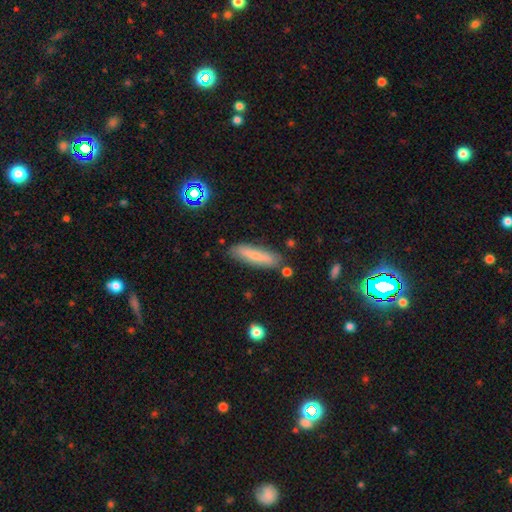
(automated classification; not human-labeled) smooth-or-featured: smooth: 76% | featured or disk: 16% | star or artifact: 8%
  how-rounded: cigar-shaped: 80% | in between: 18% | round: 2%
  merging: none: 81% | minor disturbance: 13% | merger: 4% | major disturbance: 3%